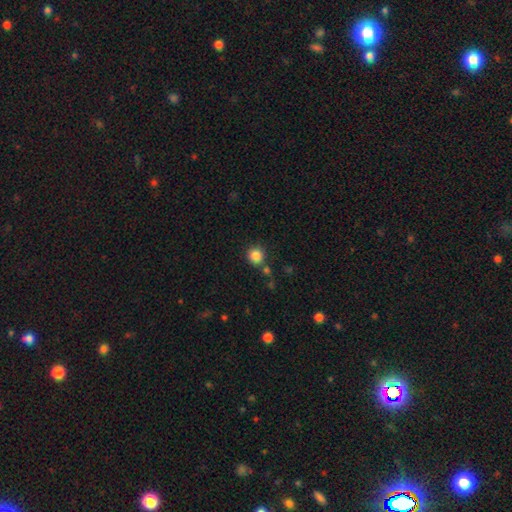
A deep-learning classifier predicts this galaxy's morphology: Q: Smooth or featured?
A: smooth (85%); runner-up: star or artifact (11%)
Q: How rounded?
A: round (92%); runner-up: in between (7%)
Q: Merging?
A: none (80%); runner-up: minor disturbance (9%)